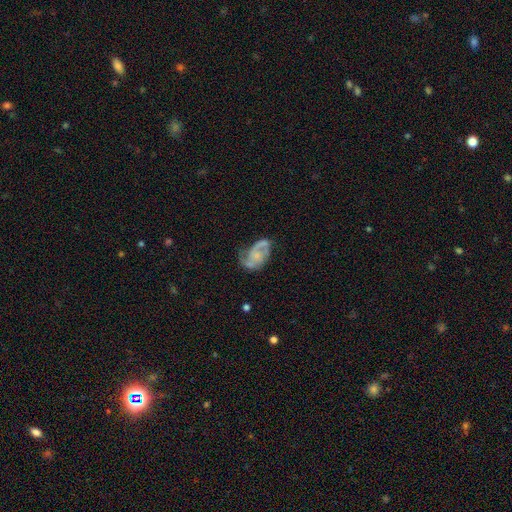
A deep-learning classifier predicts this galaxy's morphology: Smooth or featured: featured or disk — 75% (smooth — 19%)
Edge-on disk: no — 98% (yes — 2%)
Bar: no — 71% (weak — 25%)
Spiral arms: yes — 86% (no — 14%)
Spiral winding: medium — 46% (loose — 32%)
Spiral arm count: 2 — 71% (can't tell — 12%)
Bulge size: small — 55% (none — 21%)
Merging: none — 44% (minor disturbance — 28%)